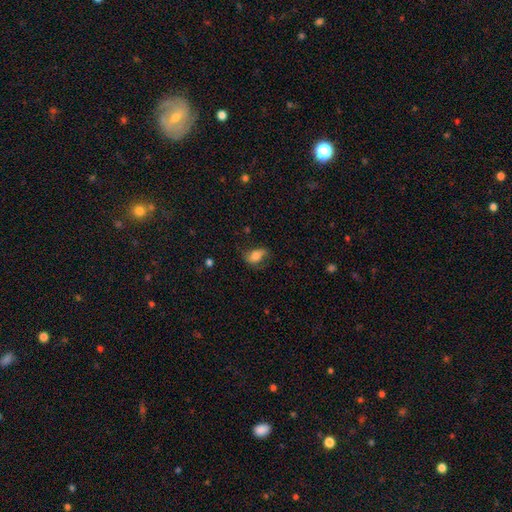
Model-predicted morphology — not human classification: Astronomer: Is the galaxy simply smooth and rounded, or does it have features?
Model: smooth — 68%.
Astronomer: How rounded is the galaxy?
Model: in between — 83%.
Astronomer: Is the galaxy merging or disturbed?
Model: none — 59%.